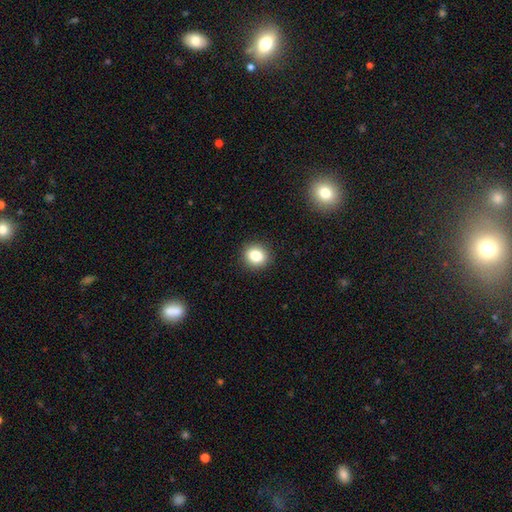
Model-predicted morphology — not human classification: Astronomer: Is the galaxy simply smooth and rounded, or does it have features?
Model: smooth — 82%.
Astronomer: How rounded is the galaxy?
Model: round — 79%.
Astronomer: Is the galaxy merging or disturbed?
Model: none — 91%.